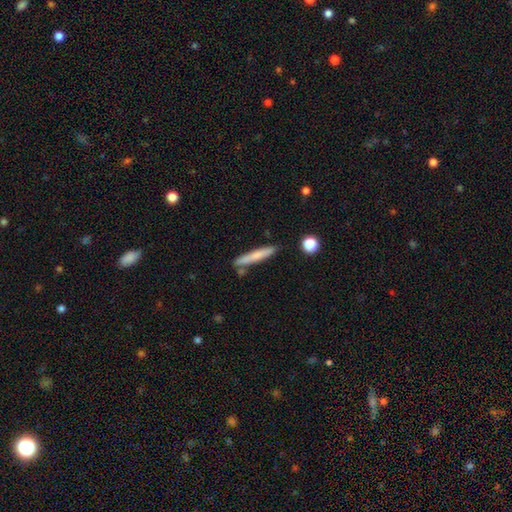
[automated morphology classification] A smooth galaxy with no disk features (68%) that is cigar-shaped (94%).

Vote fractions:
- Smooth or featured? smooth: 68% / featured or disk: 26% / star or artifact: 6%
- How rounded? cigar-shaped: 94% / in between: 4% / round: 1%
- Merging? none: 81% / minor disturbance: 12% / merger: 5% / major disturbance: 2%